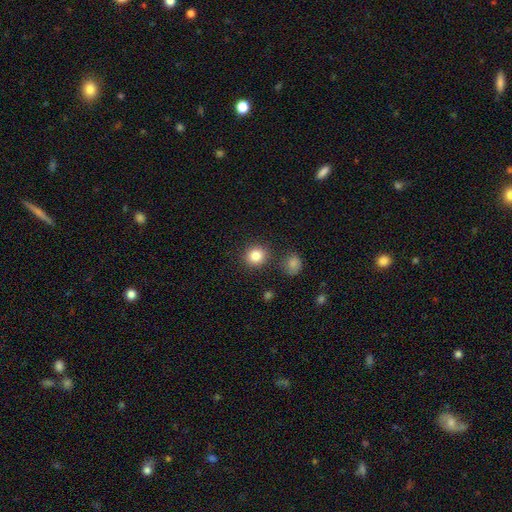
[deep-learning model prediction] Overall: smooth (85%). How rounded: round (85%). Merging: none (85%).